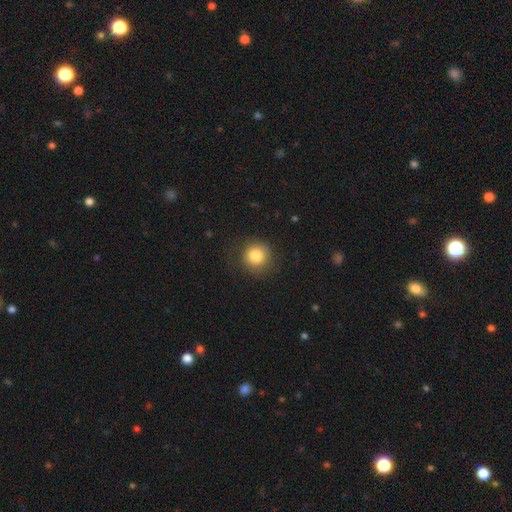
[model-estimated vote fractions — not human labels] This is clearly a smooth galaxy (83%). How rounded: clearly round (91%). Merging: likely none (80%).